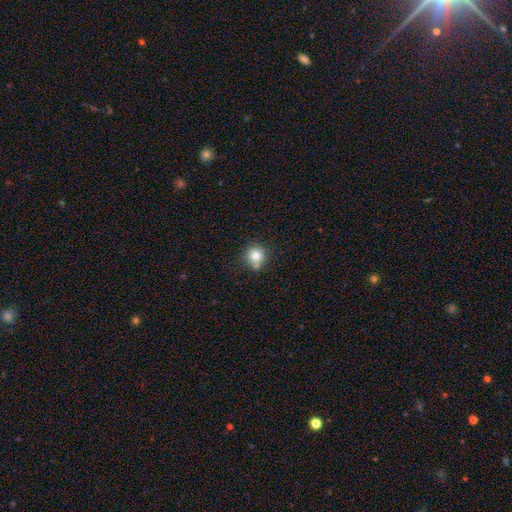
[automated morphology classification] A smooth galaxy with no disk features (79%) that is round (88%).

Vote fractions:
- Smooth or featured? smooth: 79% / star or artifact: 11% / featured or disk: 10%
- How rounded? round: 88% / in between: 11% / cigar-shaped: 1%
- Merging? none: 64% / minor disturbance: 17% / merger: 14% / major disturbance: 4%